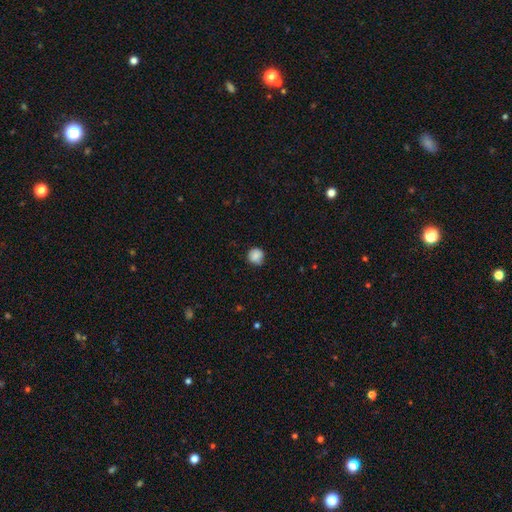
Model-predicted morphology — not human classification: Overall: smooth (83%). How rounded: round (90%). Merging: none (75%).